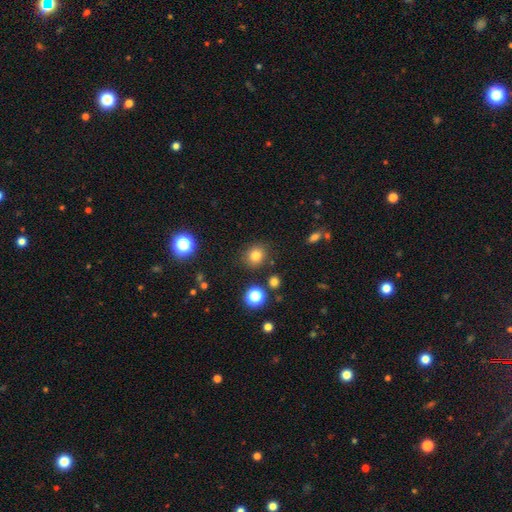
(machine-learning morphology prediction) Smooth or featured? Predicted: smooth (p=0.79). How rounded? Predicted: round (p=0.82). Merging? Predicted: none (p=0.86).